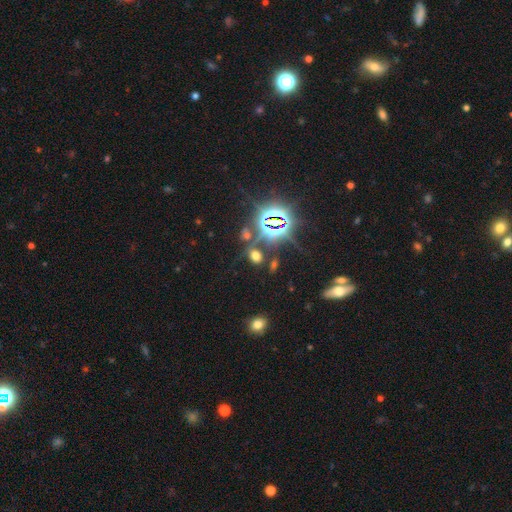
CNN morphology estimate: type=star or artifact (47%).